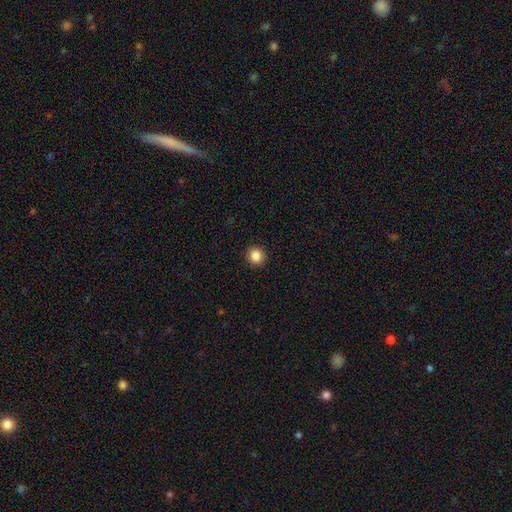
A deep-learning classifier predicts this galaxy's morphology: Smooth or featured? smooth (87%)
How rounded? round (92%)
Merging? none (93%)